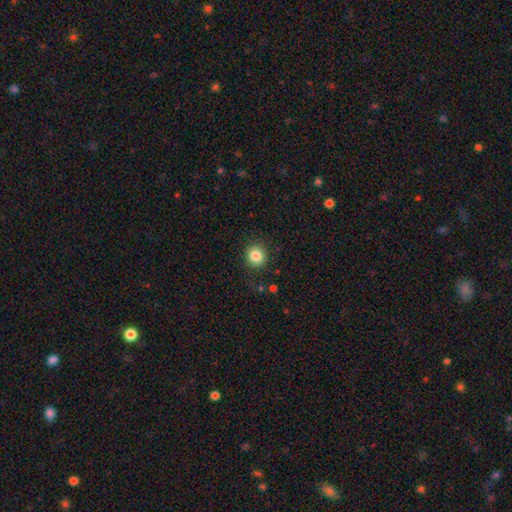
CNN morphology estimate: A smooth galaxy with no disk features (84%) that is round (87%). Merging: none (88%).